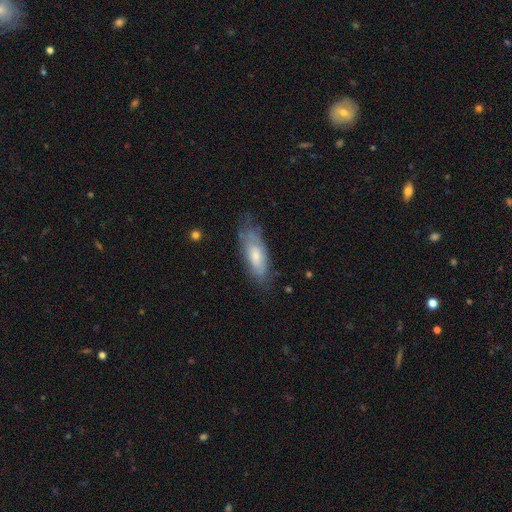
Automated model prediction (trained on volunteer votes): A smooth galaxy with no disk features (57%) that is in between round and cigar-shaped (68%). Merging: none (57%).